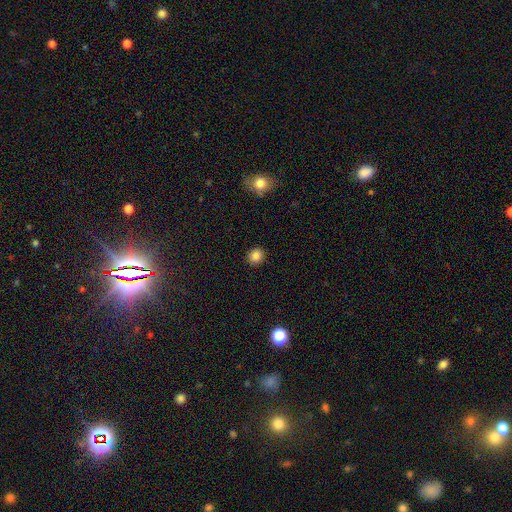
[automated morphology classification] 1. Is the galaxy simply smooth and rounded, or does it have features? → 85% smooth, 11% star or artifact, 4% featured or disk.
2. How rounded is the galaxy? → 81% round, 18% in between, 1% cigar-shaped.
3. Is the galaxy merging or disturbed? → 91% none, 6% minor disturbance, 2% major disturbance, 1% merger.